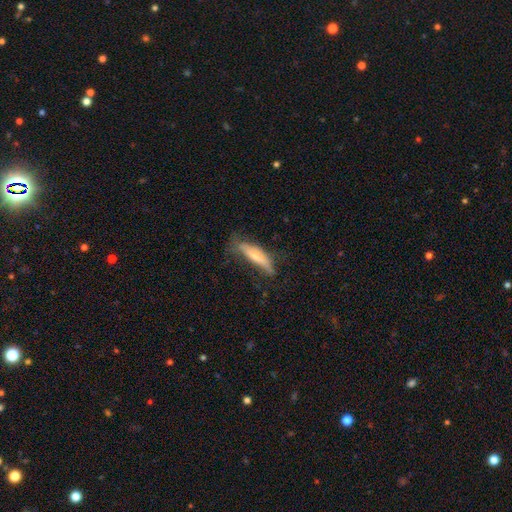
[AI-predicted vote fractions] smooth 56%, featured or disk 38%, star or artifact 6%. Down the decision tree: how rounded — cigar-shaped (71%); merging — none (53%).